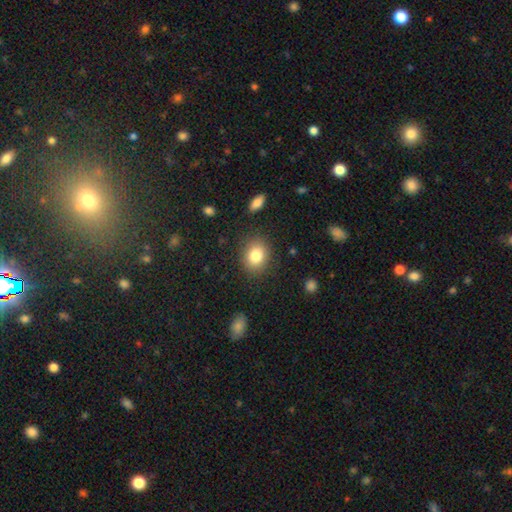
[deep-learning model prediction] Overall: smooth (82%). How rounded: round (55%; in between 45%). Merging: none (86%).